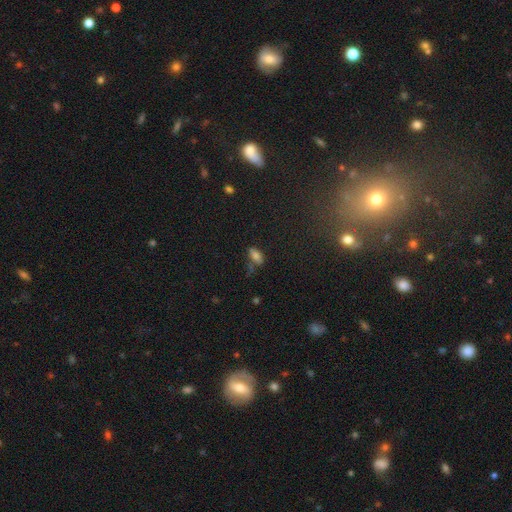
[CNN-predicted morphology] This is likely a smooth galaxy (72%). How rounded: clearly in between (85%). Merging: possibly none (55%).